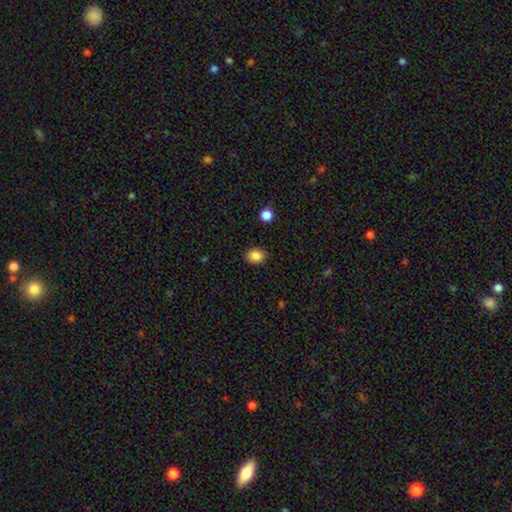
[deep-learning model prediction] Morphology: type=smooth (86%); roundness=round (59%); merging=none (89%).